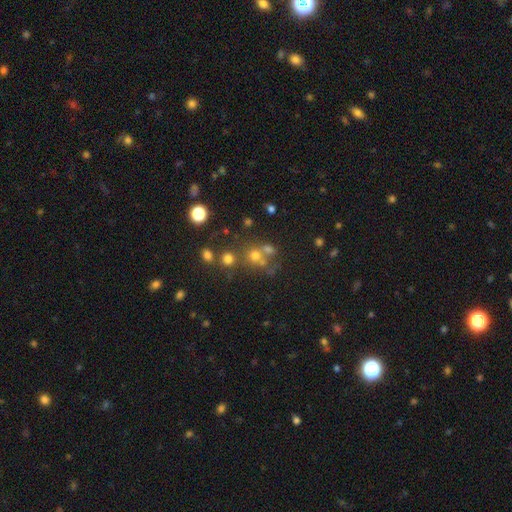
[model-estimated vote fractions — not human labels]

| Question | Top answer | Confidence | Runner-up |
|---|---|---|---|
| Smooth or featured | smooth | 61% | star or artifact (23%) |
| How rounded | round | 83% | in between (16%) |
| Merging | none | 51% | merger (33%) |